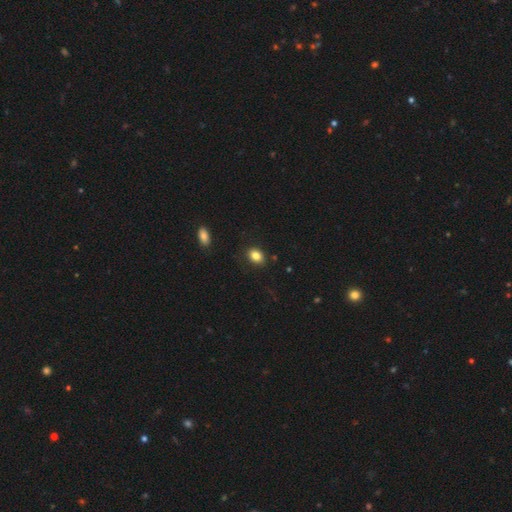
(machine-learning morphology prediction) Smooth or featured?
  - smooth: 84% *
  - star or artifact: 10%
  - featured or disk: 6%
How rounded?
  - in between: 68% *
  - round: 31%
  - cigar-shaped: 1%
Merging?
  - none: 86% *
  - minor disturbance: 10%
  - major disturbance: 2%
  - merger: 1%